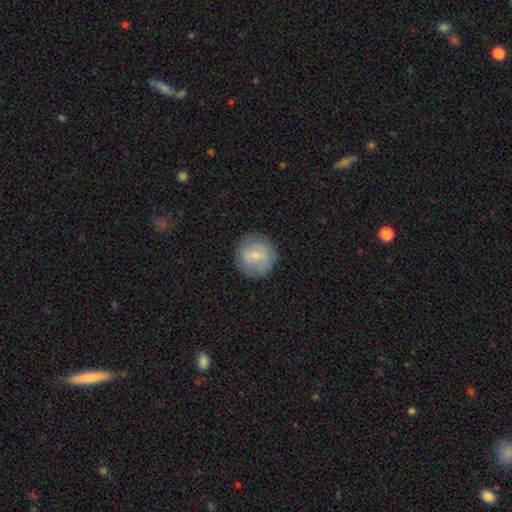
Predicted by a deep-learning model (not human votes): A smooth galaxy with no disk features (64%) that is round (93%).

Vote fractions:
- Smooth or featured? smooth: 64% / featured or disk: 29% / star or artifact: 7%
- How rounded? round: 93% / in between: 6% / cigar-shaped: 1%
- Merging? none: 84% / minor disturbance: 11% / major disturbance: 4% / merger: 1%